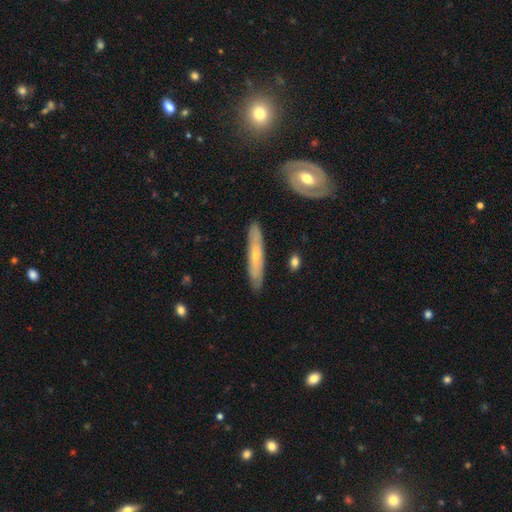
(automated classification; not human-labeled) featured or disk 48%, smooth 46%, star or artifact 6%. Down the decision tree: merging — none (86%).